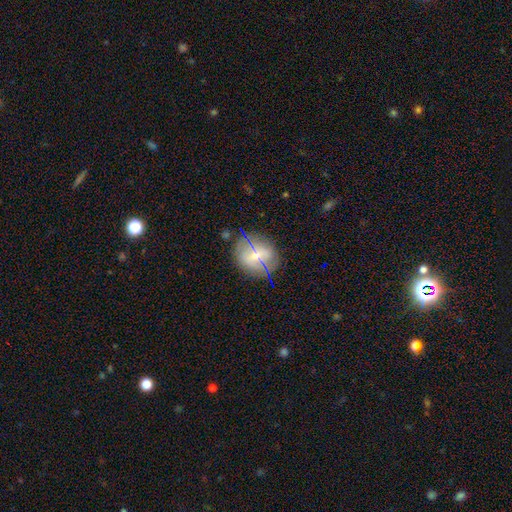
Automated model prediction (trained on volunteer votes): smooth-or-featured: smooth: 53% | featured or disk: 30% | star or artifact: 17%
  how-rounded: round: 76% | in between: 22% | cigar-shaped: 2%
  merging: none: 77% | minor disturbance: 15% | major disturbance: 5% | merger: 3%